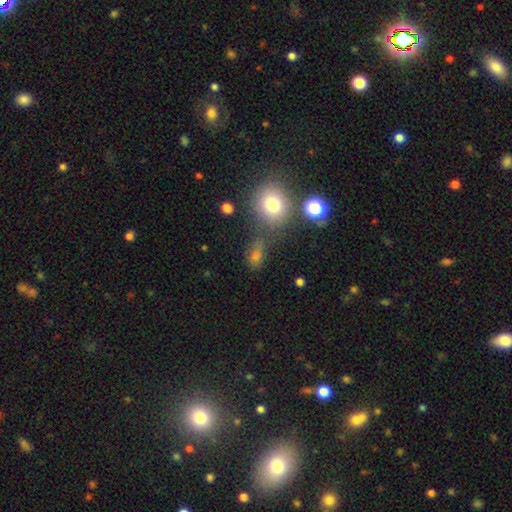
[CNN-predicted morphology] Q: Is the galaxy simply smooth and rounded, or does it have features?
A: smooth — 63%.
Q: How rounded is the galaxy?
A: in between — 53%.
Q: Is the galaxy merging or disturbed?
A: none — 56%.